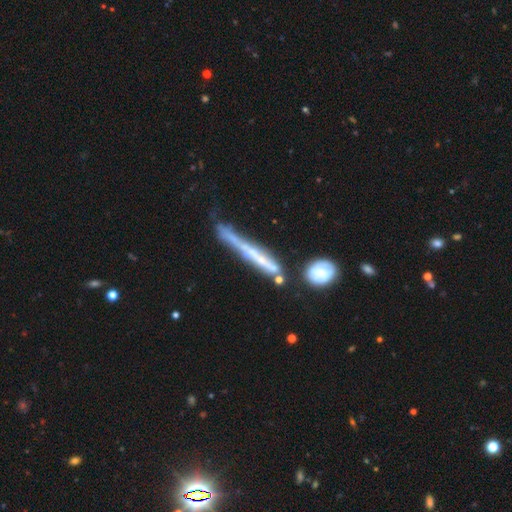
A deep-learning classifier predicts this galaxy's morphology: A featured or disk galaxy (63%) viewed edge-on (87%) with no central bulge (73%).

Vote fractions:
- Smooth or featured? featured or disk: 63% / smooth: 28% / star or artifact: 9%
- Edge-on disk? yes: 87% / no: 13%
- Edge-on bulge? none: 73% / rounded: 19% / boxy: 9%
- Merging? none: 51% / minor disturbance: 25% / merger: 12% / major disturbance: 12%